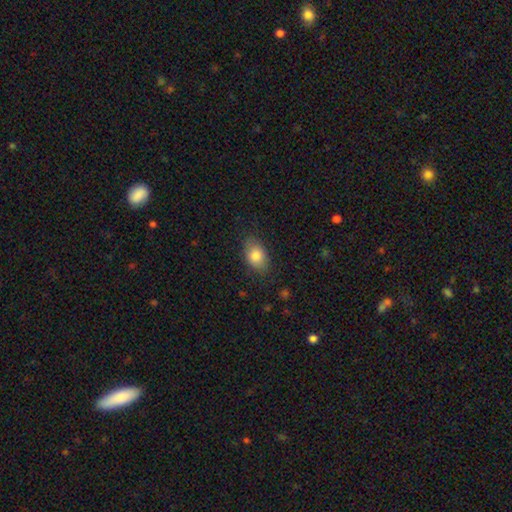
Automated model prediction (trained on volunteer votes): Smooth or featured? smooth (83%)
How rounded? in between (83%)
Merging? none (81%)